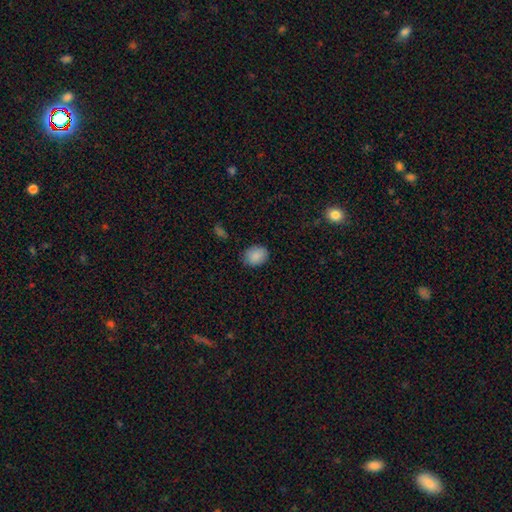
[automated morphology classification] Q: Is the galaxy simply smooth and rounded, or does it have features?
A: smooth — 88%.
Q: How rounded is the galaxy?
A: in between — 57%.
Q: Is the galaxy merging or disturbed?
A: none — 83%.